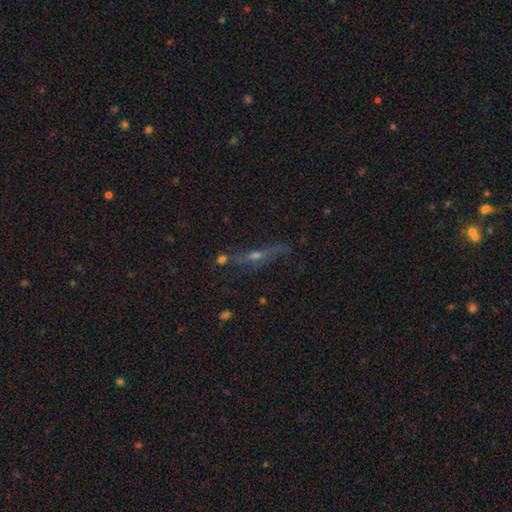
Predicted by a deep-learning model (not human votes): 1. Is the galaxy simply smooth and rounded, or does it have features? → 60% featured or disk, 21% smooth, 19% star or artifact.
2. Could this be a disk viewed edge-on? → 81% yes, 19% no.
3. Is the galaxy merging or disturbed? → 66% none, 17% minor disturbance, 8% major disturbance, 8% merger.